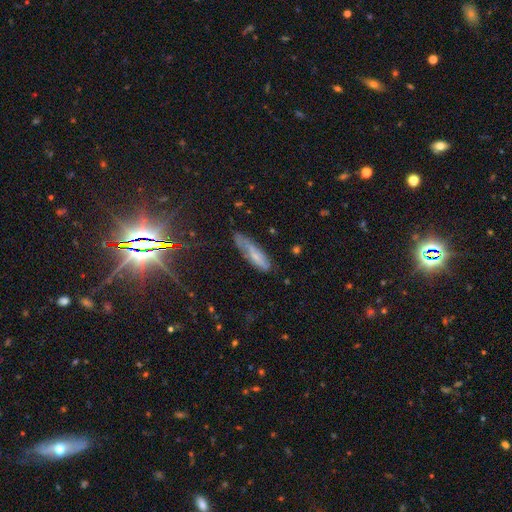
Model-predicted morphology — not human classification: This appears to be a smooth galaxy with no disk features (48%). Merging: none (56%).